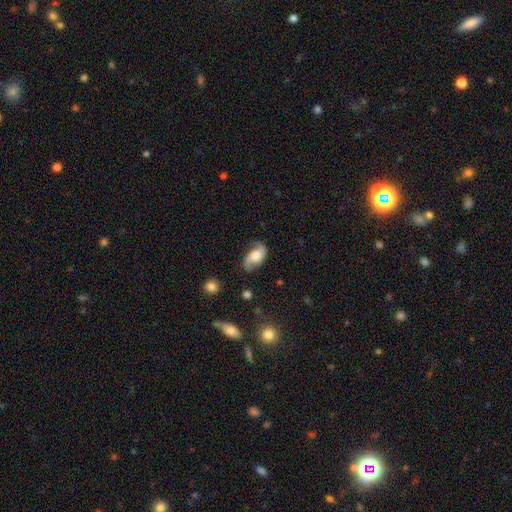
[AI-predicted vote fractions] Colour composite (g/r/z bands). It shows a featured or disk galaxy (70%) with no bar (58%), 2 (90%) loose (61%) spiral arms (93%) and a large central bulge (36%). Merging: none (68%).